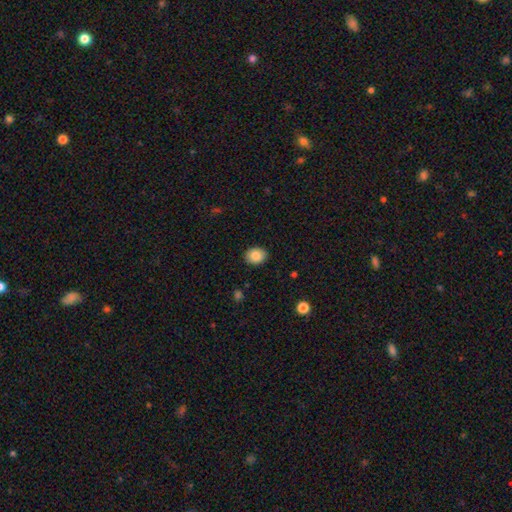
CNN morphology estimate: smooth-or-featured: smooth: 86% | star or artifact: 8% | featured or disk: 6%
  how-rounded: round: 53% | in between: 46% | cigar-shaped: 1%
  merging: none: 89% | minor disturbance: 8% | major disturbance: 2% | merger: 1%